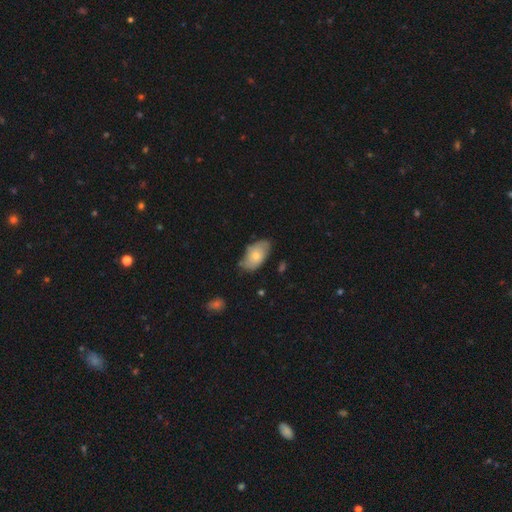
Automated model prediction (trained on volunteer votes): Overall: smooth (50%; featured or disk 44%). Merging: none (64%; minor disturbance 28%).